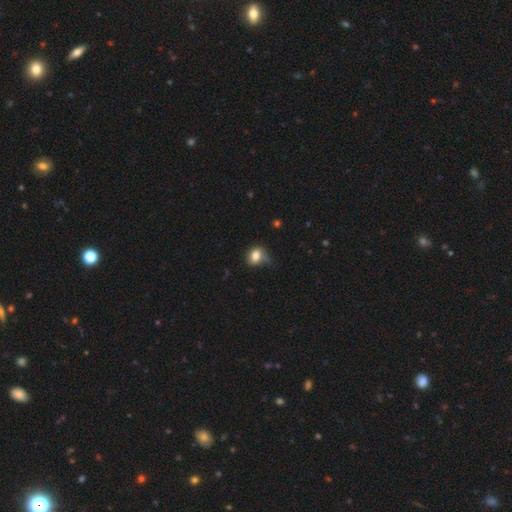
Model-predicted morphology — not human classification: A smooth galaxy with no disk features (79%) that is in between round and cigar-shaped (50%).

Vote fractions:
- Smooth or featured? smooth: 79% / featured or disk: 11% / star or artifact: 10%
- How rounded? in between: 50% / round: 49% / cigar-shaped: 1%
- Merging? none: 47% / minor disturbance: 35% / major disturbance: 13% / merger: 5%